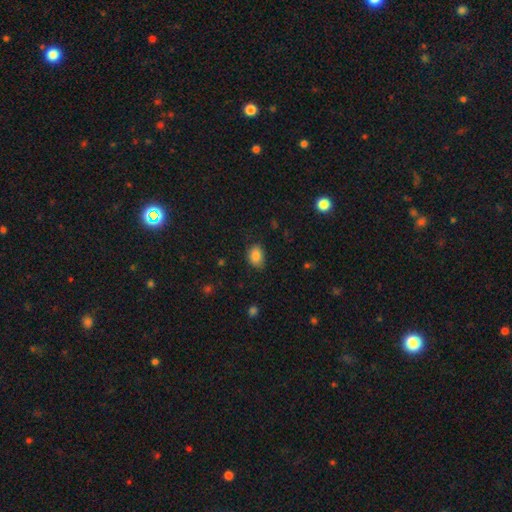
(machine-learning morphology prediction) Smooth or featured: smooth — 85% (star or artifact — 9%)
How rounded: in between — 72% (round — 27%)
Merging: none — 75% (minor disturbance — 20%)